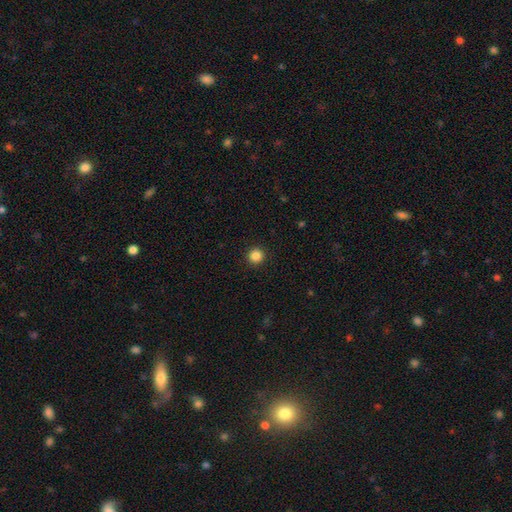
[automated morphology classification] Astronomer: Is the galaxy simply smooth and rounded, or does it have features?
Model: smooth — 85%.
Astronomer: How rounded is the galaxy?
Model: round — 95%.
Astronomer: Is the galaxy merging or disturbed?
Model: none — 93%.